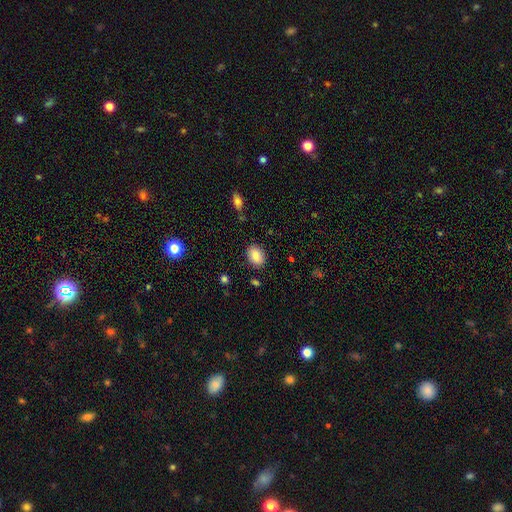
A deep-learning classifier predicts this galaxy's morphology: smooth-or-featured: smooth: 81% | featured or disk: 10% | star or artifact: 8%
  how-rounded: in between: 72% | round: 27% | cigar-shaped: 1%
  merging: none: 86% | minor disturbance: 10% | major disturbance: 2% | merger: 2%